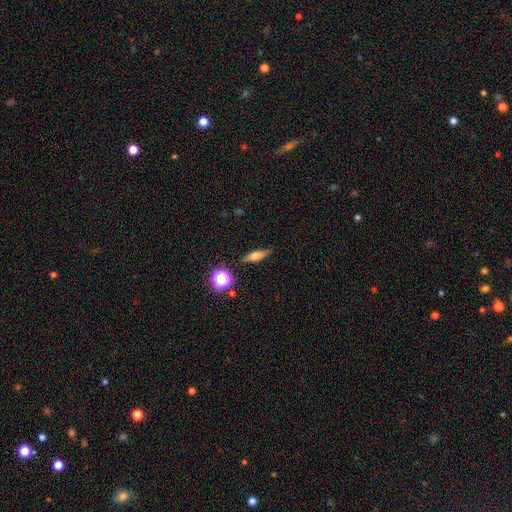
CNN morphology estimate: smooth-or-featured: smooth: 52% | featured or disk: 37% | star or artifact: 11%
  how-rounded: cigar-shaped: 59% | in between: 33% | round: 8%
  merging: none: 85% | minor disturbance: 10% | major disturbance: 3% | merger: 2%